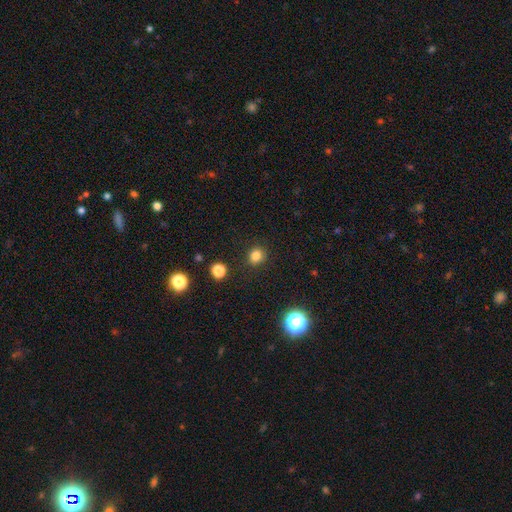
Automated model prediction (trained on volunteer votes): Smooth or featured: smooth — 81% (star or artifact — 14%)
How rounded: round — 82% (in between — 17%)
Merging: none — 89% (minor disturbance — 7%)